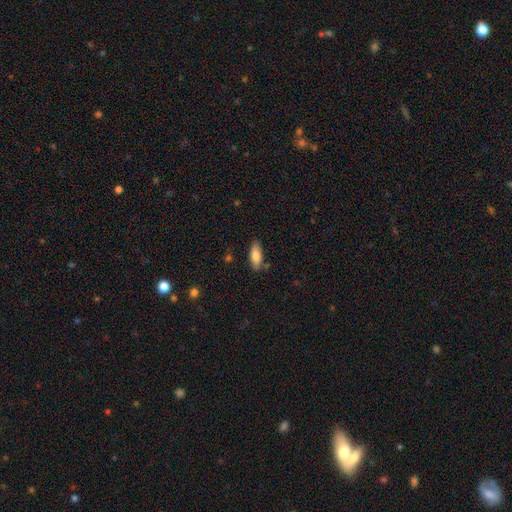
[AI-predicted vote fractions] Morphology: type=smooth (79%); roundness=in between (70%); merging=none (81%).